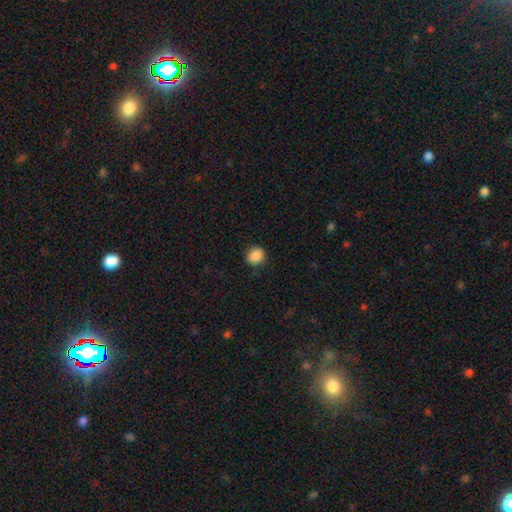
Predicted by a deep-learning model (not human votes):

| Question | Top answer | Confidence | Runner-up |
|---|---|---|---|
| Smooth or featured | smooth | 88% | star or artifact (9%) |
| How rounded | round | 82% | in between (17%) |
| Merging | none | 88% | minor disturbance (9%) |